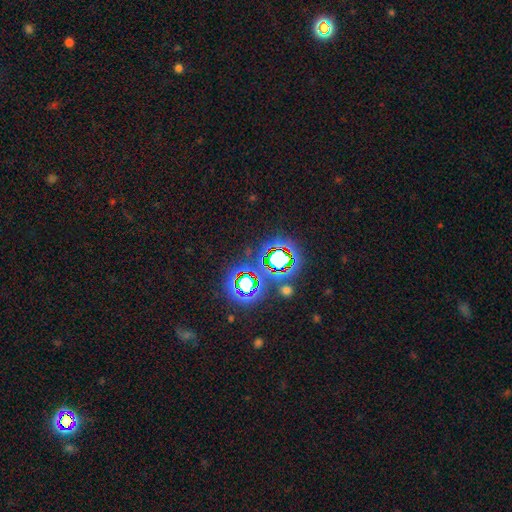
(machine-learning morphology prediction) Smooth or featured? star or artifact (66%)